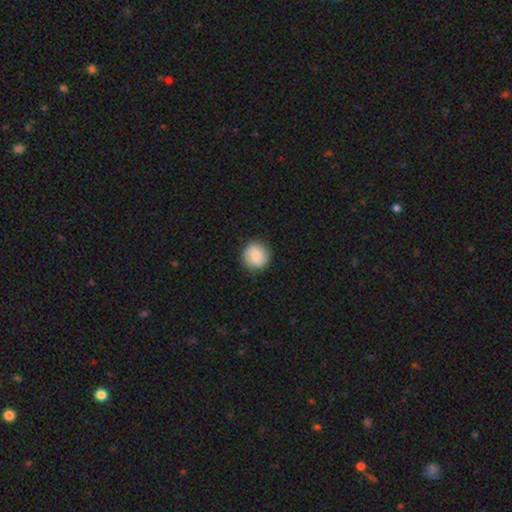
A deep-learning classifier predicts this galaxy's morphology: Smooth or featured: smooth — 72% (featured or disk — 21%)
How rounded: round — 93% (in between — 6%)
Merging: none — 88% (minor disturbance — 8%)